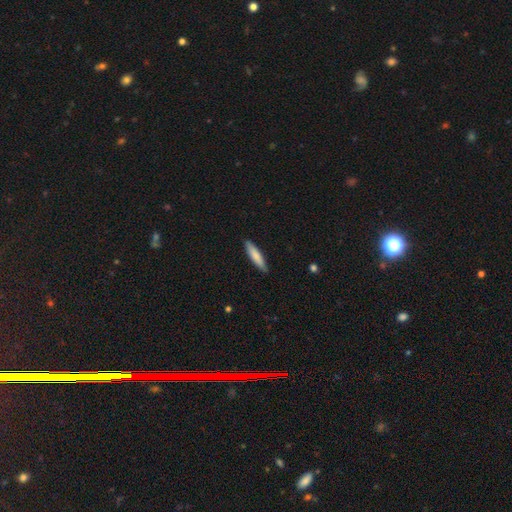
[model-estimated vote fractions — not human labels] Overall: smooth (79%). How rounded: cigar-shaped (80%). Merging: none (88%).